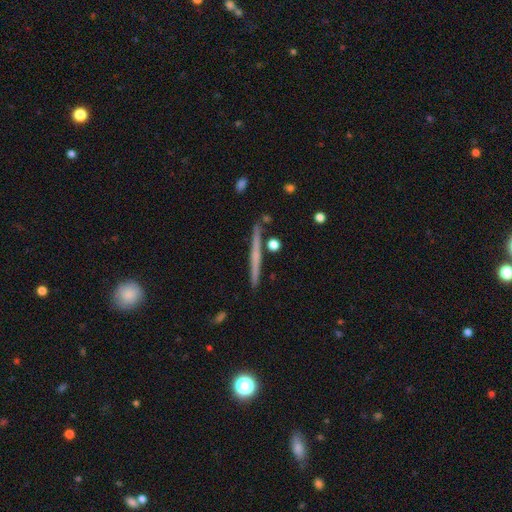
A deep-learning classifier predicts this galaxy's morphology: A featured or disk galaxy (56%) viewed edge-on (97%) with no central bulge (78%).

Vote fractions:
- Smooth or featured? featured or disk: 56% / smooth: 37% / star or artifact: 7%
- Edge-on disk? yes: 97% / no: 3%
- Edge-on bulge? none: 78% / rounded: 17% / boxy: 5%
- Merging? none: 89% / minor disturbance: 7% / merger: 2% / major disturbance: 2%